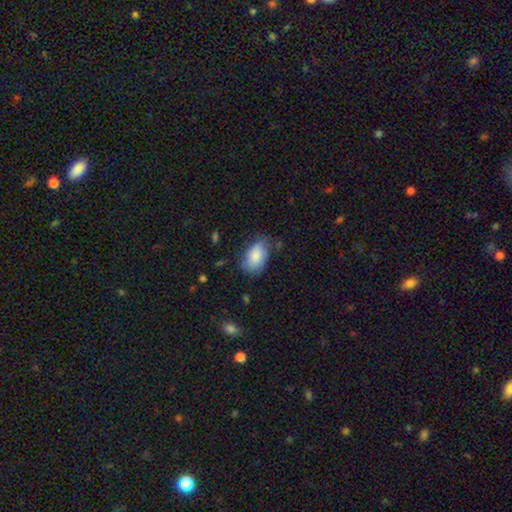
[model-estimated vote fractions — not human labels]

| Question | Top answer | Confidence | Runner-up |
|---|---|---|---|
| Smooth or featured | smooth | 77% | featured or disk (15%) |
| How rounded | in between | 88% | round (11%) |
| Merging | none | 52% | minor disturbance (33%) |